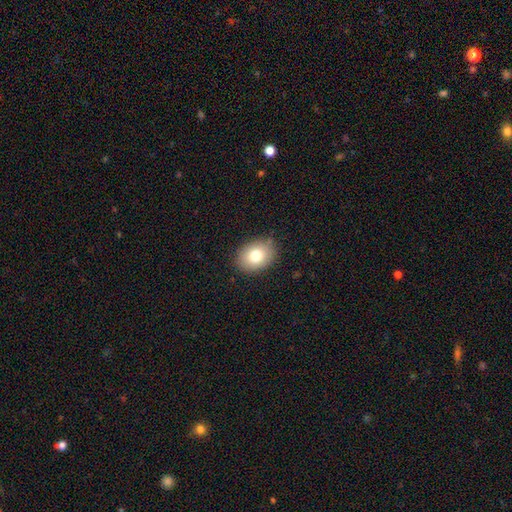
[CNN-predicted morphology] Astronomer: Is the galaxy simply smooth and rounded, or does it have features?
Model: smooth — 79%.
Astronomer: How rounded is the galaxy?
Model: in between — 67%.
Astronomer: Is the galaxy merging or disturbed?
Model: none — 86%.